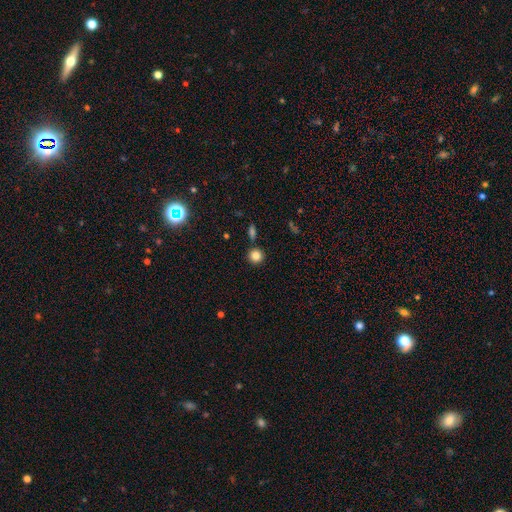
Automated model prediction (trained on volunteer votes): The model was most divided on "smooth or featured": smooth: 83%, star or artifact: 11%, featured or disk: 6%. More confident: how rounded — round (92%); merging — none (84%).